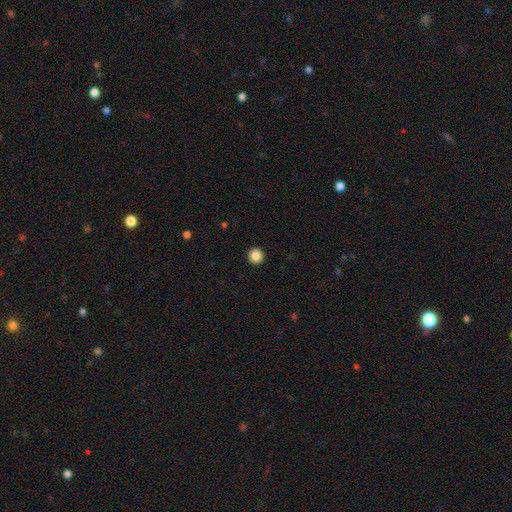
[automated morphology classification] smooth 87%, star or artifact 10%, featured or disk 3%. Down the decision tree: how rounded — round (93%); merging — none (93%).